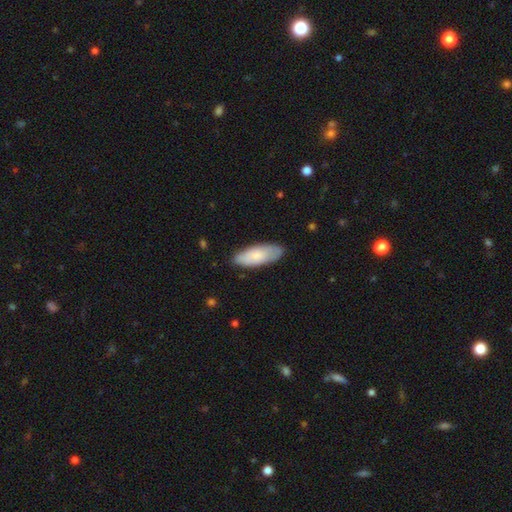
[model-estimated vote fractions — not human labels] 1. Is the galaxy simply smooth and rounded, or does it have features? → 72% smooth, 22% featured or disk, 5% star or artifact.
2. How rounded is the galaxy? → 76% in between, 22% cigar-shaped, 2% round.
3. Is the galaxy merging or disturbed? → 80% none, 16% minor disturbance, 3% major disturbance, 1% merger.